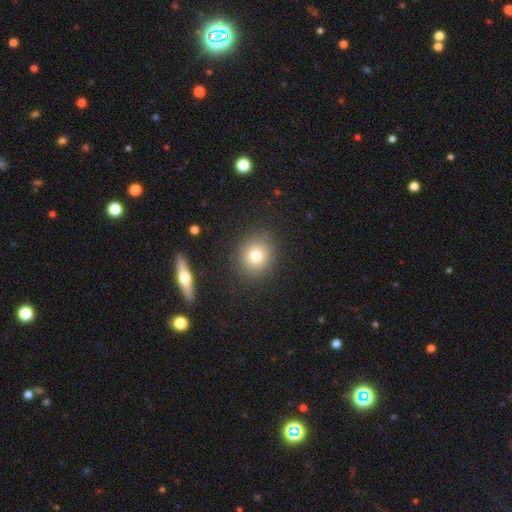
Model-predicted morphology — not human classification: A smooth galaxy with no disk features (78%) that is round (78%).

Vote fractions:
- Smooth or featured? smooth: 78% / star or artifact: 11% / featured or disk: 11%
- How rounded? round: 78% / in between: 20% / cigar-shaped: 1%
- Merging? none: 87% / minor disturbance: 8% / major disturbance: 3% / merger: 2%